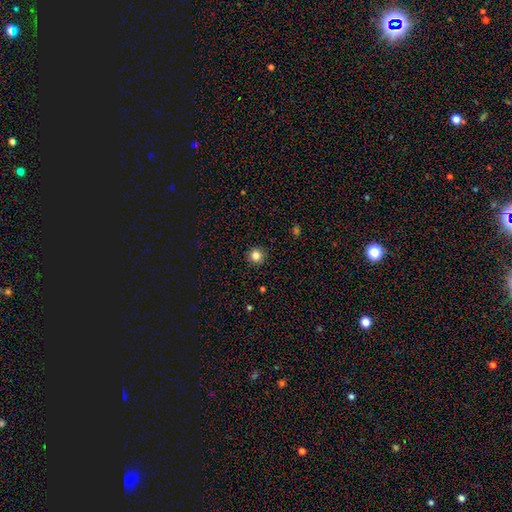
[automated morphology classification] Smooth or featured?
  - smooth: 83% *
  - star or artifact: 12%
  - featured or disk: 5%
How rounded?
  - round: 94% *
  - in between: 5%
  - cigar-shaped: 1%
Merging?
  - none: 92% *
  - minor disturbance: 5%
  - major disturbance: 2%
  - merger: 1%